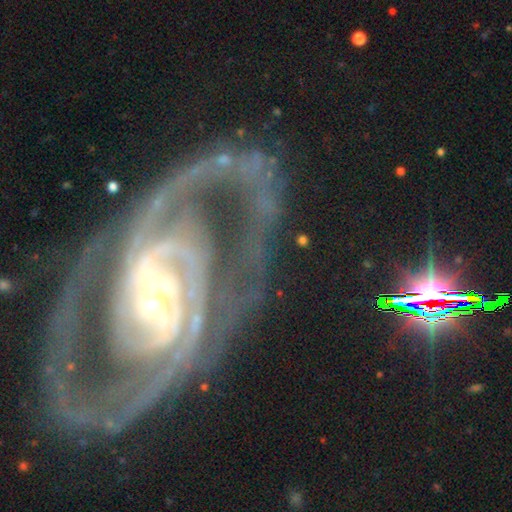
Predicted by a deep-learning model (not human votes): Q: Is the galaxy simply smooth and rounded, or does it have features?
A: featured or disk — 90%.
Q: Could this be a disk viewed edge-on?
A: no — 96%.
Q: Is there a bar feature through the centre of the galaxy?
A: strong — 44%.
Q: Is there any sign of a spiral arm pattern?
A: yes — 97%.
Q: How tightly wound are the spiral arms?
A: tight — 45%.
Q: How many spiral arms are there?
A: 2 — 62%.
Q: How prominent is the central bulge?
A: moderate — 47%.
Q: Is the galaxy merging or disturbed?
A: none — 64%.